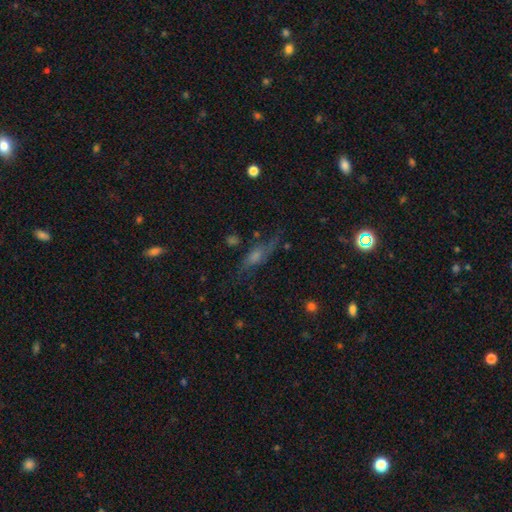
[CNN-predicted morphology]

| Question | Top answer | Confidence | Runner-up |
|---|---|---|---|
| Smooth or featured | featured or disk | 48% | smooth (30%) |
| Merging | none | 64% | minor disturbance (19%) |